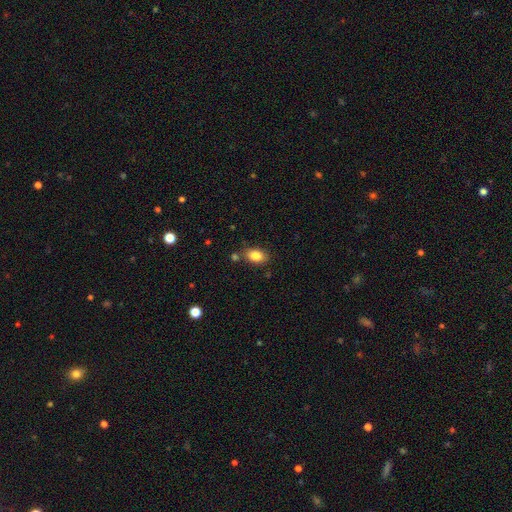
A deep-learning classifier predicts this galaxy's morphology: This is clearly a smooth galaxy (84%). How rounded: clearly in between (85%). Merging: likely none (77%).